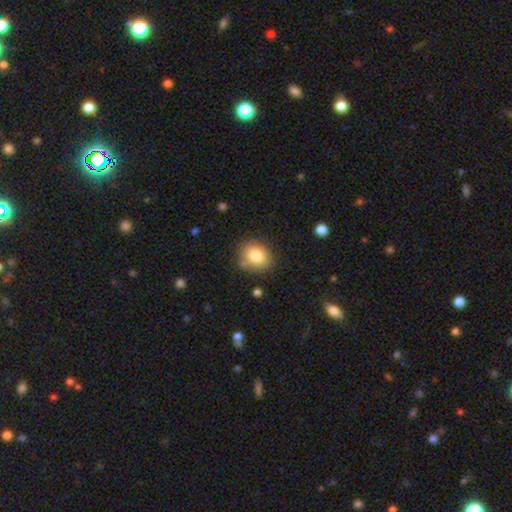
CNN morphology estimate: Overall: smooth (82%). How rounded: round (57%; in between 42%). Merging: none (79%).